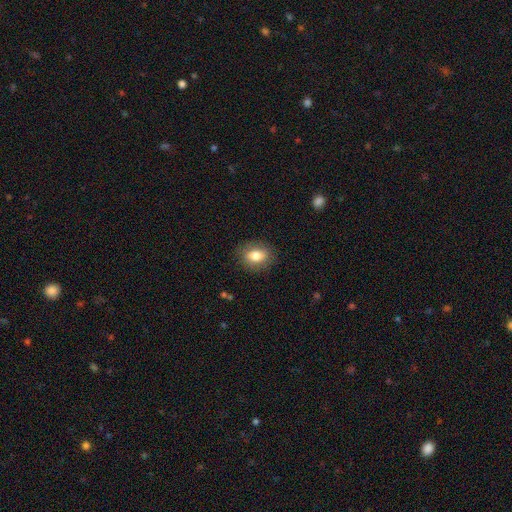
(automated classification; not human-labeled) This appears to be a smooth galaxy with no disk features (77%) that is in between round and cigar-shaped (58%). Merging: none (85%).